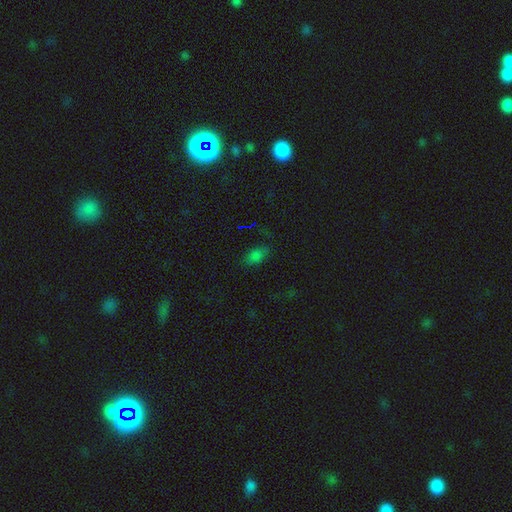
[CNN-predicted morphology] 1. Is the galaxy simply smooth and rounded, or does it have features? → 70% smooth, 23% star or artifact, 6% featured or disk.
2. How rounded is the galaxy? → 88% in between, 9% round, 4% cigar-shaped.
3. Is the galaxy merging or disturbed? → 70% none, 21% minor disturbance, 7% major disturbance, 2% merger.